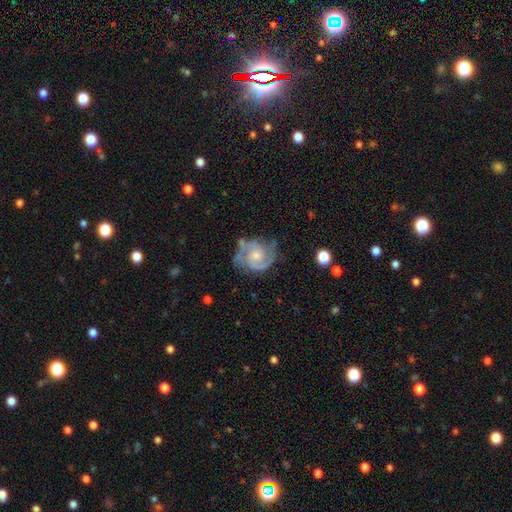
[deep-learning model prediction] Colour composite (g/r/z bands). It shows a featured or disk galaxy (86%) with no bar (70%), 2 (69%) tight (46%) spiral arms (96%) and a small central bulge (48%). Merging: none (63%).